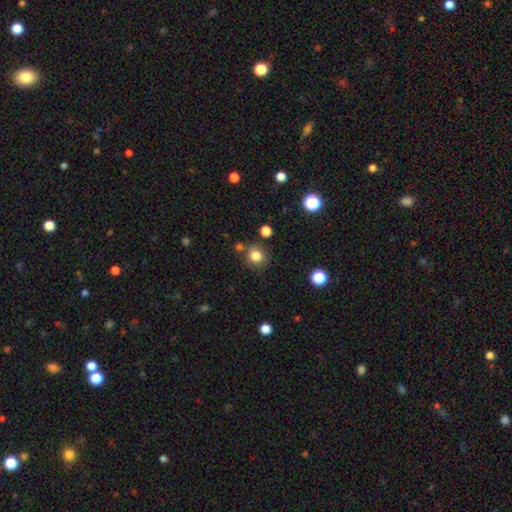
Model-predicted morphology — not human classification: A smooth galaxy with no disk features (82%) that is round (83%). Merging: none (77%).